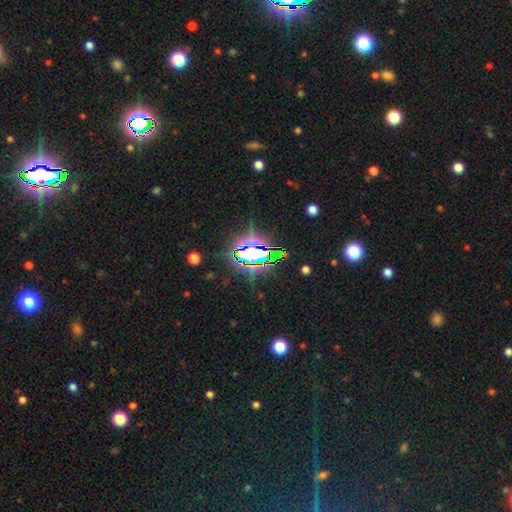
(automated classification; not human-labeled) Smooth or featured: star or artifact — 74% (smooth — 15%)